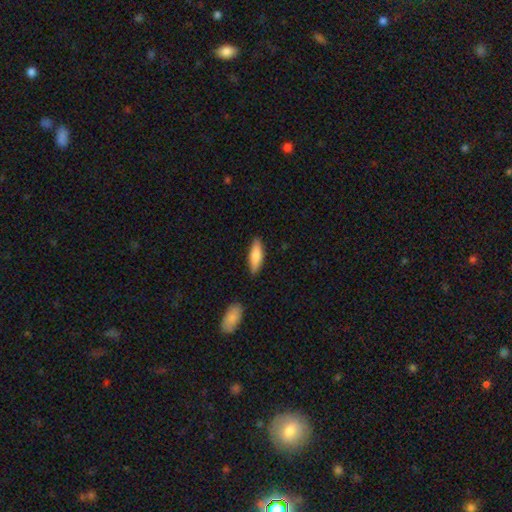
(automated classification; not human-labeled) smooth_or_featured: smooth (p=0.79) [alt: featured or disk p=0.16]
how_rounded: cigar-shaped (p=0.51) [alt: in between p=0.48]
merging: none (p=0.84) [alt: minor disturbance p=0.11]